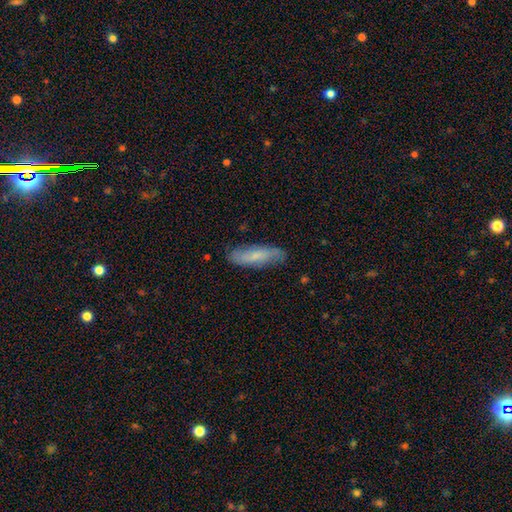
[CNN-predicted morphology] A smooth galaxy with no disk features (62%) that is cigar-shaped (59%). Merging: none (79%).